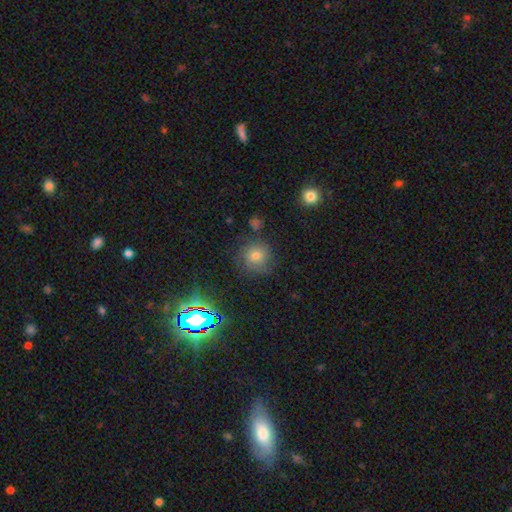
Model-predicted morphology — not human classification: This is possibly a smooth galaxy (57%). How rounded: clearly round (89%). Merging: likely none (74%).